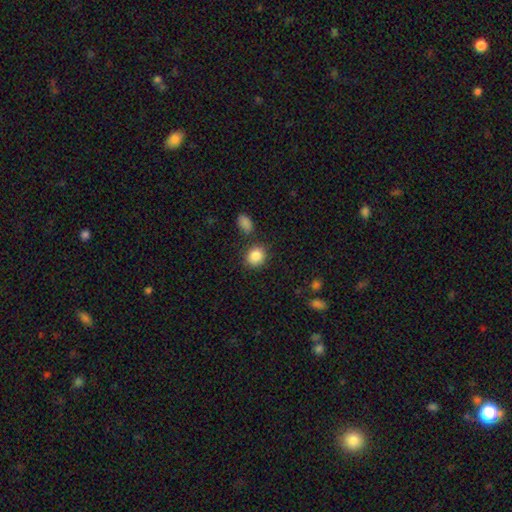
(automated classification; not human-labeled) The model was most divided on "how rounded": round: 70%, in between: 29%, cigar-shaped: 1%. More confident: smooth or featured — smooth (87%); merging — none (79%).